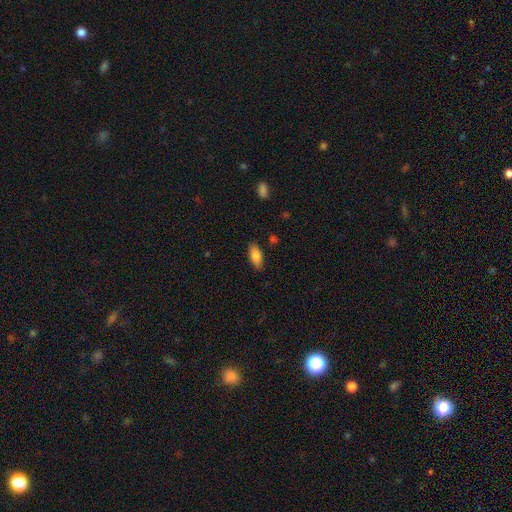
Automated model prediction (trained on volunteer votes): Smooth or featured?
  - smooth: 83% *
  - featured or disk: 10%
  - star or artifact: 7%
How rounded?
  - in between: 84% *
  - cigar-shaped: 13%
  - round: 2%
Merging?
  - none: 83% *
  - minor disturbance: 13%
  - major disturbance: 3%
  - merger: 1%